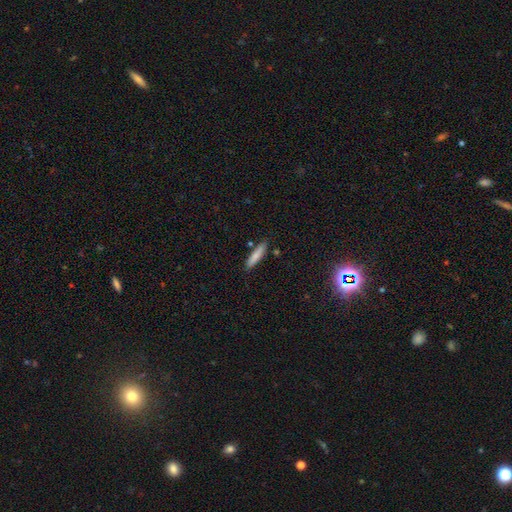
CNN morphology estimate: A smooth galaxy with no disk features (80%) that is cigar-shaped (85%). Merging: none (84%).